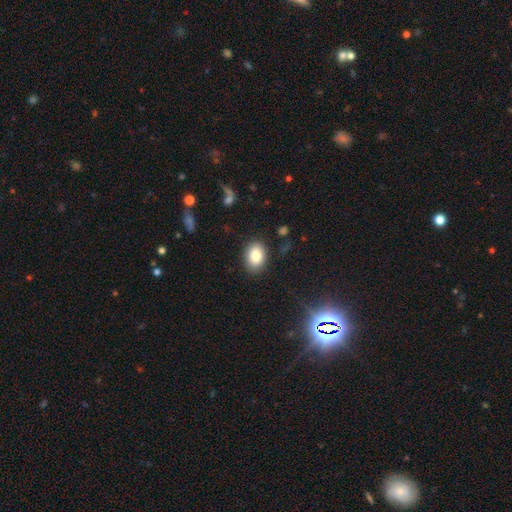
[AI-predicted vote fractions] Smooth or featured: smooth — 85% (star or artifact — 8%)
How rounded: in between — 77% (round — 22%)
Merging: none — 87% (minor disturbance — 10%)